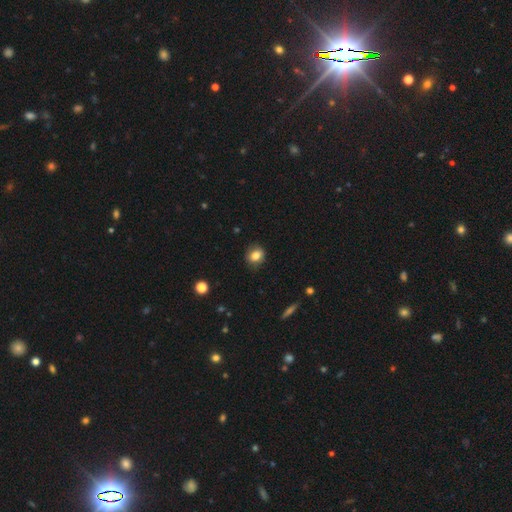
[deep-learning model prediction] This is clearly a smooth galaxy (81%). How rounded: possibly round (59%). Merging: clearly none (83%).